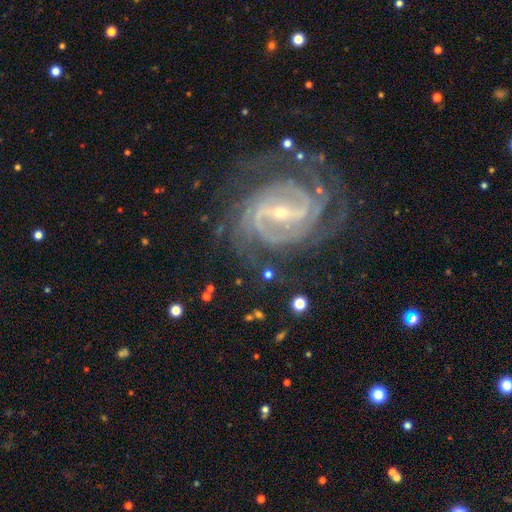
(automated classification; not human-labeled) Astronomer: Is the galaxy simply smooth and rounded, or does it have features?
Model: featured or disk — 87%.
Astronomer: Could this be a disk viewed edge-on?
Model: no — 97%.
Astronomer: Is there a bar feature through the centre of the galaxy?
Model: strong — 45% (runner-up: weak, 39%).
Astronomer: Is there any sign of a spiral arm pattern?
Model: yes — 98%.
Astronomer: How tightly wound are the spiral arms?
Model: tight — 68%.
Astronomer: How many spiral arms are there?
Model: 2 — 37% (runner-up: can't tell, 20%).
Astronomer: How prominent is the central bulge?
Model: small — 71%.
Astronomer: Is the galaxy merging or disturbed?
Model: none — 75%.